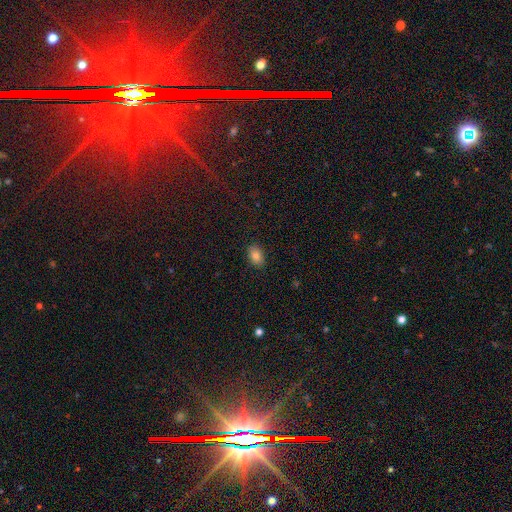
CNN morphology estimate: type=smooth (85%); roundness=in between (81%); merging=none (88%).